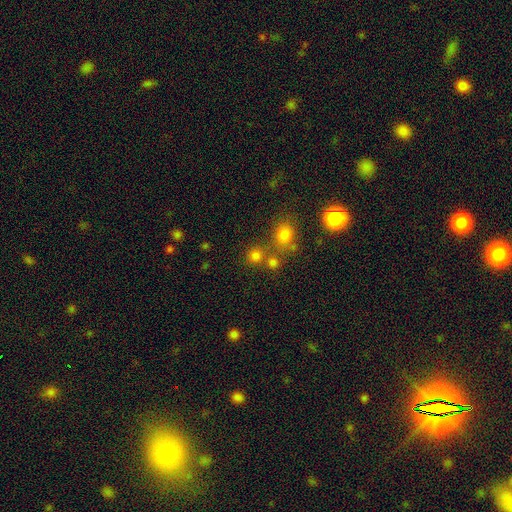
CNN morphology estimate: smooth 74%, star or artifact 19%, featured or disk 7%. Down the decision tree: how rounded — round (86%); merging — none (64%).